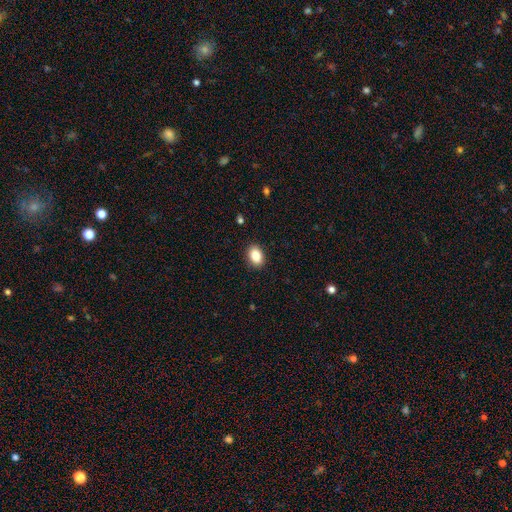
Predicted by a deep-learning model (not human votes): This appears to be a smooth galaxy with no disk features (88%) that is in between round and cigar-shaped (83%). Merging: none (90%).